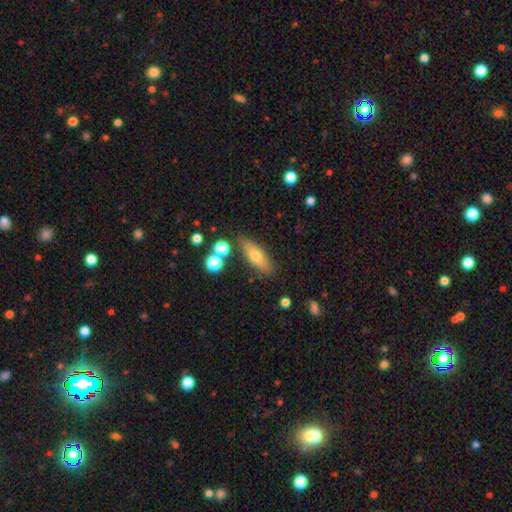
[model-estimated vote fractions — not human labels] This is likely a smooth galaxy (65%). How rounded: possibly in between (55%). Merging: likely none (79%).